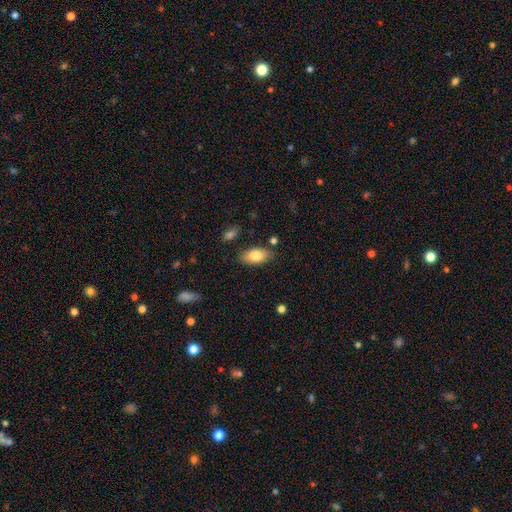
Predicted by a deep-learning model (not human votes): Smooth or featured? smooth (81%)
How rounded? in between (91%)
Merging? none (82%)